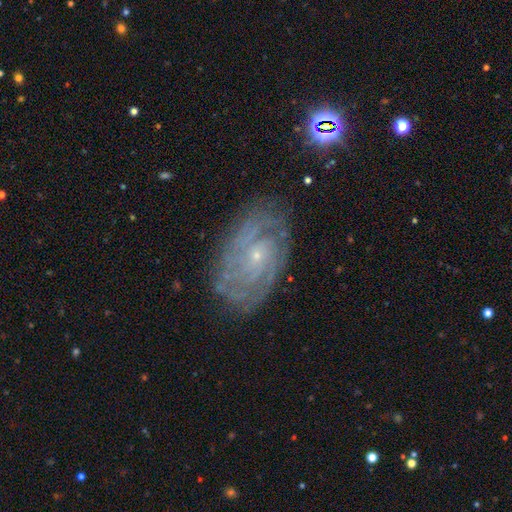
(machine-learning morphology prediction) smooth-or-featured: featured or disk: 82% | smooth: 10% | star or artifact: 8%
  disk-edge-on: no: 96% | yes: 4%
    bar: no: 74% | weak: 22% | strong: 4%
    has-spiral-arms: yes: 94% | no: 6%
      spiral-winding: tight: 69% | medium: 25% | loose: 6%
      spiral-arm-count: can't tell: 38% | 2: 21% | 3: 15% | 4: 12% | more than 4: 8% | 1: 6%
    bulge-size: small: 85% | moderate: 10% | none: 2% | large: 1% | dominant: 1%
  merging: none: 78% | minor disturbance: 16% | major disturbance: 5% | merger: 1%